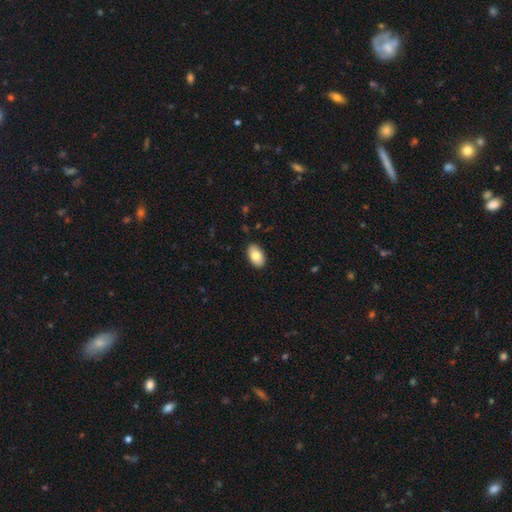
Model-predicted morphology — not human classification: A smooth galaxy with no disk features (80%) that is in between round and cigar-shaped (94%).

Vote fractions:
- Smooth or featured? smooth: 80% / featured or disk: 13% / star or artifact: 6%
- How rounded? in between: 94% / round: 4% / cigar-shaped: 1%
- Merging? none: 89% / minor disturbance: 9% / major disturbance: 2% / merger: 1%